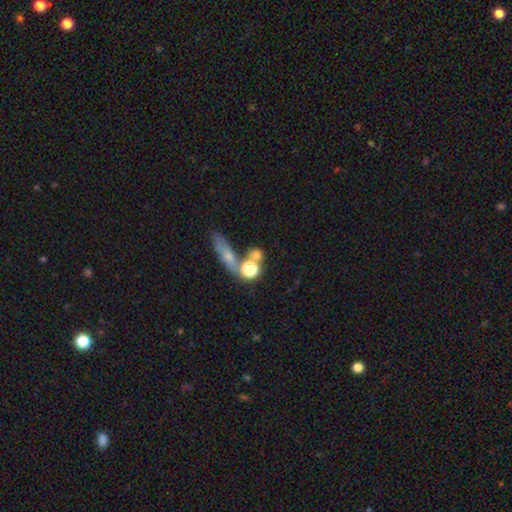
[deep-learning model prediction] Morphology: type=smooth (66%); roundness=round (73%); merging=none (55%).